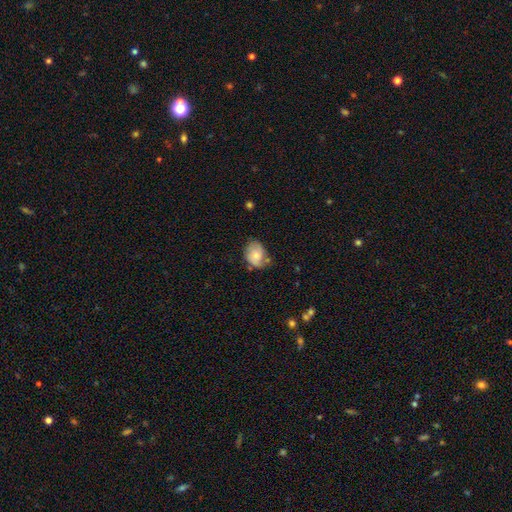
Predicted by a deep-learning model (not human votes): This appears to be a smooth galaxy with no disk features (69%) that is in between round and cigar-shaped (65%). Merging: none (52%).